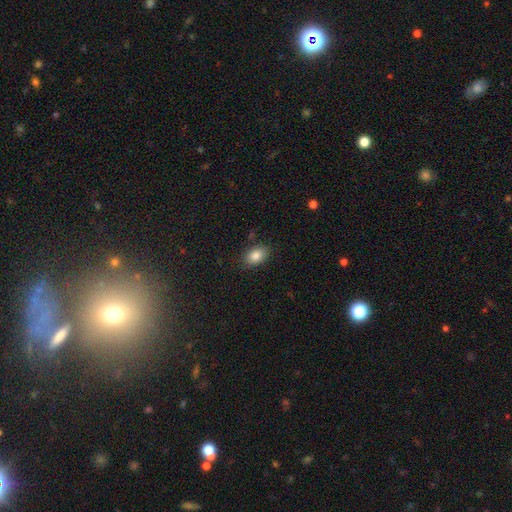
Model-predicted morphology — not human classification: Smooth or featured?
  - smooth: 85% *
  - star or artifact: 8%
  - featured or disk: 7%
How rounded?
  - in between: 86% *
  - round: 13%
  - cigar-shaped: 1%
Merging?
  - none: 84% *
  - minor disturbance: 11%
  - major disturbance: 3%
  - merger: 2%